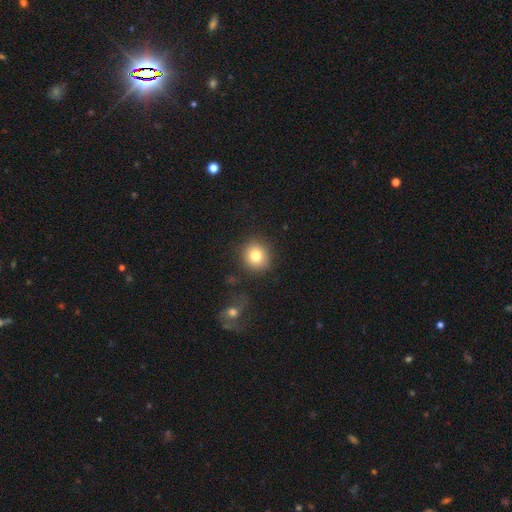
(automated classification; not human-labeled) smooth 79%, star or artifact 11%, featured or disk 10%. Down the decision tree: how rounded — round (88%); merging — none (85%).